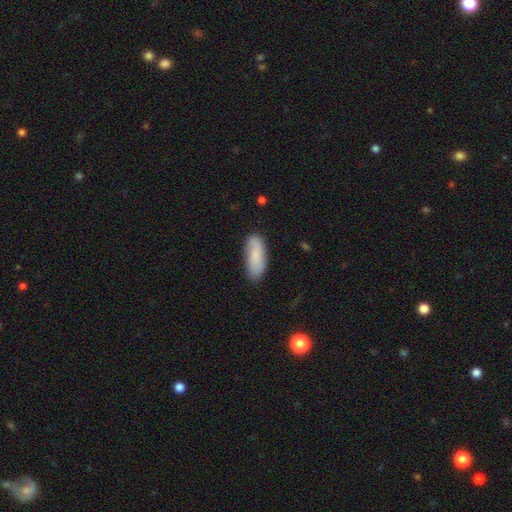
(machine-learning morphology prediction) A smooth galaxy with no disk features (80%) that is in between round and cigar-shaped (79%).

Vote fractions:
- Smooth or featured? smooth: 80% / featured or disk: 13% / star or artifact: 7%
- How rounded? in between: 79% / cigar-shaped: 19% / round: 2%
- Merging? none: 76% / minor disturbance: 18% / major disturbance: 4% / merger: 2%